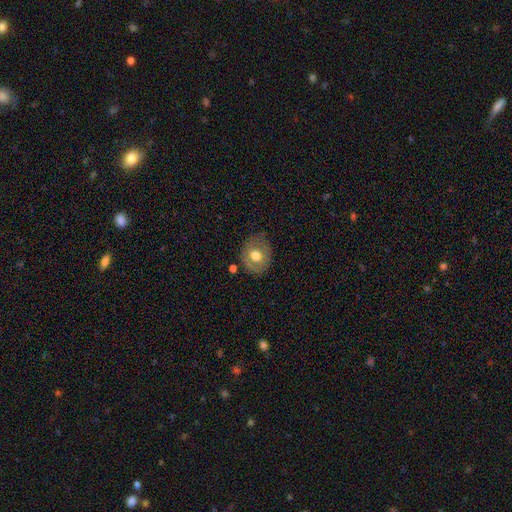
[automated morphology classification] Q: Smooth or featured?
A: smooth (63%); runner-up: featured or disk (30%)
Q: How rounded?
A: round (66%); runner-up: in between (33%)
Q: Merging?
A: none (72%); runner-up: minor disturbance (19%)